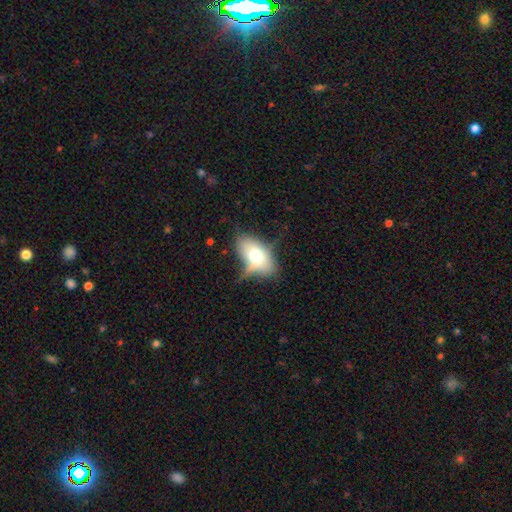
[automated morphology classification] smooth_or_featured: smooth (p=0.62) [alt: featured or disk p=0.29]
how_rounded: in between (p=0.88) [alt: round p=0.08]
merging: none (p=0.39) [alt: minor disturbance p=0.31]